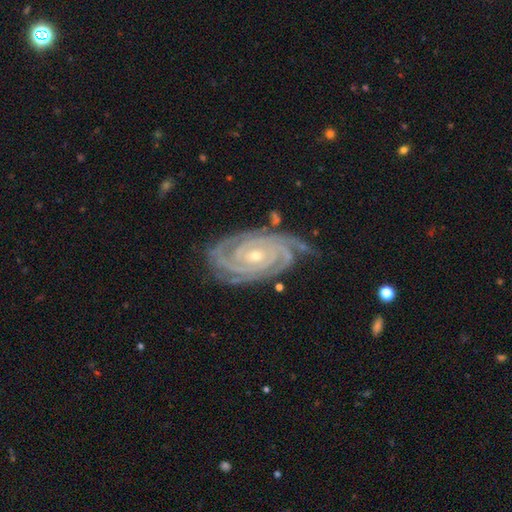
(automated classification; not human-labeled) Smooth or featured? featured or disk (93%)
Edge-on disk? no (97%)
Bar? no (65%)
Spiral arms? yes (99%)
Spiral winding? tight (86%)
Spiral arm count? 3 (31%)
Bulge size? small (62%)
Merging? none (75%)